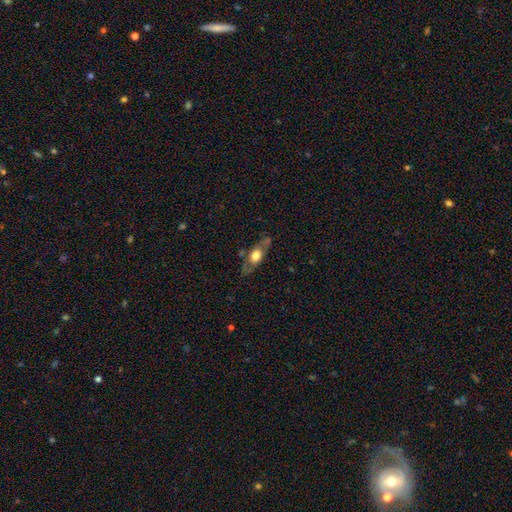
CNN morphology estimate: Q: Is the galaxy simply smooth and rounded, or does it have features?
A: smooth — 53%.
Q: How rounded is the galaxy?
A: in between — 69%.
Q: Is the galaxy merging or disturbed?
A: none — 65%.